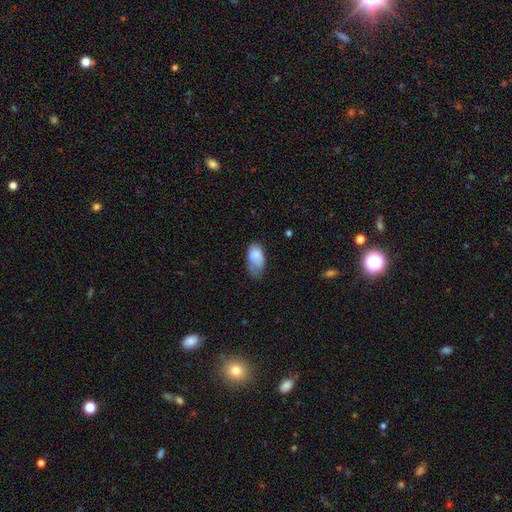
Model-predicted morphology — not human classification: This appears to be a smooth galaxy with no disk features (77%) that is in between round and cigar-shaped (92%). Merging: minor disturbance (41%).